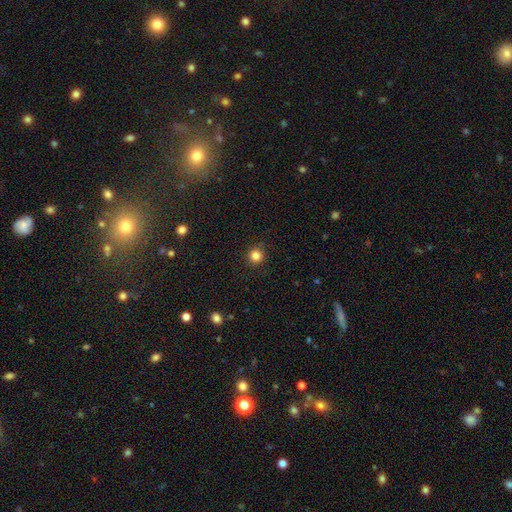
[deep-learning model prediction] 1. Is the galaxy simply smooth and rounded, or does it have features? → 84% smooth, 12% star or artifact, 4% featured or disk.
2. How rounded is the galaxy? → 95% round, 5% in between, 1% cigar-shaped.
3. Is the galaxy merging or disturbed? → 91% none, 6% minor disturbance, 2% major disturbance, 1% merger.